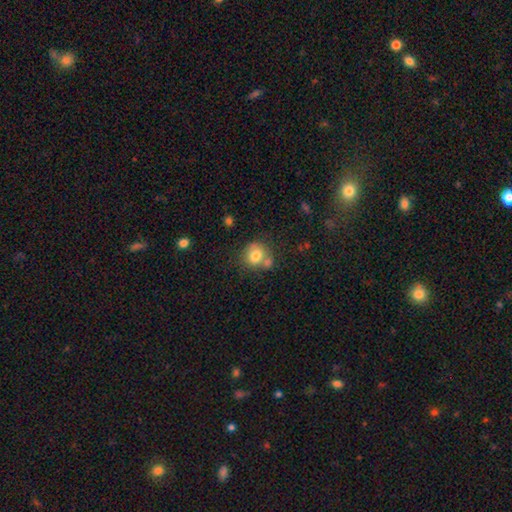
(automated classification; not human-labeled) Morphology: type=smooth (78%); roundness=round (79%); merging=none (53%).